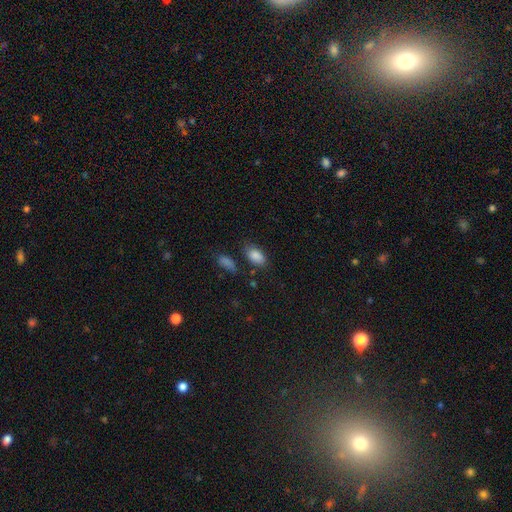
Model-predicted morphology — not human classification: Smooth or featured?
  - smooth: 87% *
  - star or artifact: 8%
  - featured or disk: 5%
How rounded?
  - in between: 92% *
  - round: 5%
  - cigar-shaped: 2%
Merging?
  - none: 70% *
  - minor disturbance: 19%
  - merger: 6%
  - major disturbance: 5%